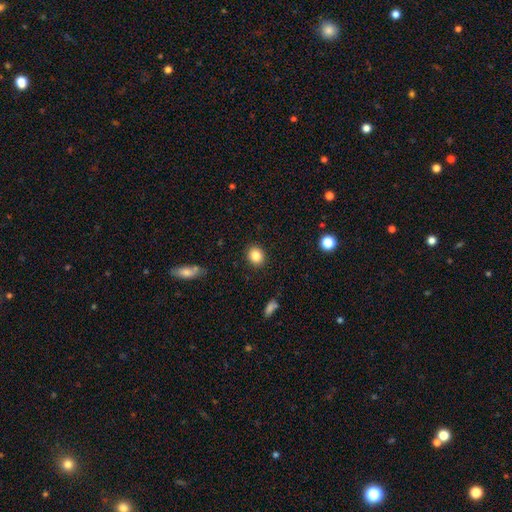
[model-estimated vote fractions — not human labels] smooth_or_featured: smooth (p=0.86) [alt: star or artifact p=0.09]
how_rounded: round (p=0.69) [alt: in between p=0.30]
merging: none (p=0.89) [alt: minor disturbance p=0.07]